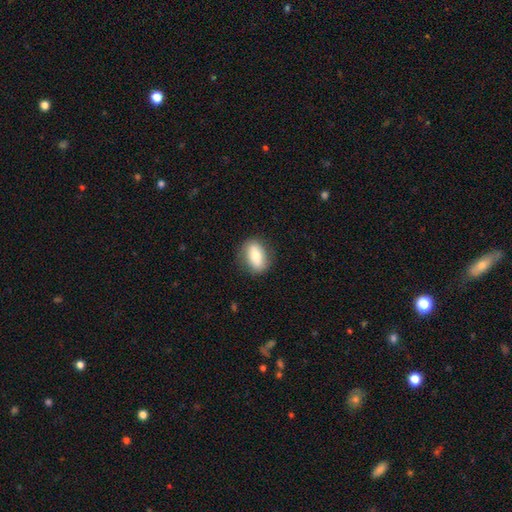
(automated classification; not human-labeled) A smooth galaxy with no disk features (69%) that is in between round and cigar-shaped (78%).

Vote fractions:
- Smooth or featured? smooth: 69% / featured or disk: 24% / star or artifact: 7%
- How rounded? in between: 78% / round: 17% / cigar-shaped: 4%
- Merging? none: 84% / minor disturbance: 12% / major disturbance: 3% / merger: 1%